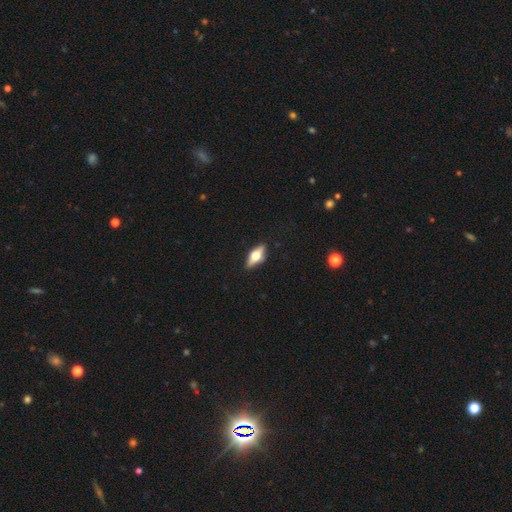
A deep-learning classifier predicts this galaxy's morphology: Smooth or featured?
  - featured or disk: 54% *
  - smooth: 39%
  - star or artifact: 7%
Edge-on disk?
  - yes: 91% *
  - no: 9%
Merging?
  - none: 87% *
  - minor disturbance: 9%
  - major disturbance: 2%
  - merger: 1%